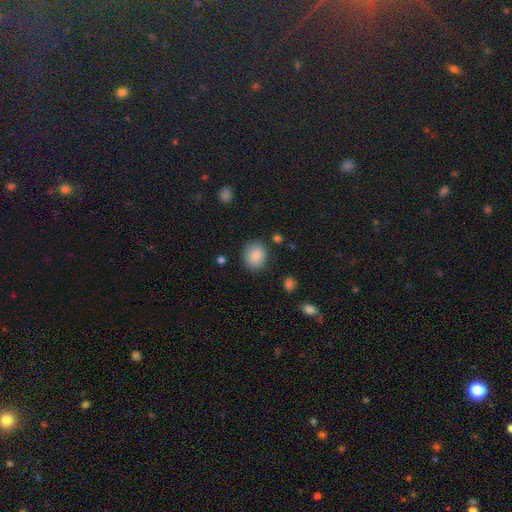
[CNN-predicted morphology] The model was most divided on "how rounded": round: 59%, in between: 40%, cigar-shaped: 1%. More confident: smooth or featured — smooth (84%); merging — none (84%).